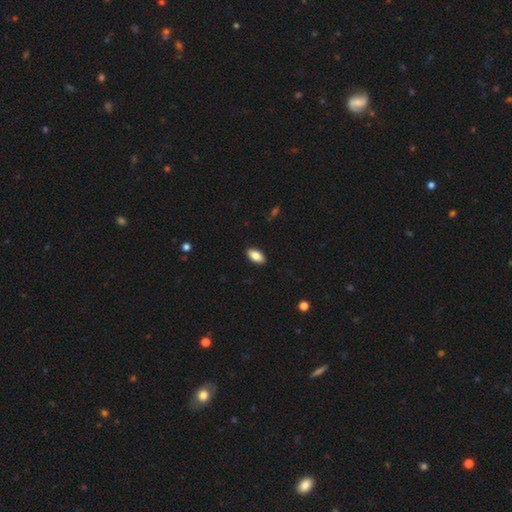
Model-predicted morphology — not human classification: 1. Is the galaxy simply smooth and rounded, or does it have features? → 85% smooth, 9% featured or disk, 7% star or artifact.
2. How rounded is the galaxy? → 92% in between, 6% cigar-shaped, 3% round.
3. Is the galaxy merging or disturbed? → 90% none, 7% minor disturbance, 2% major disturbance, 1% merger.